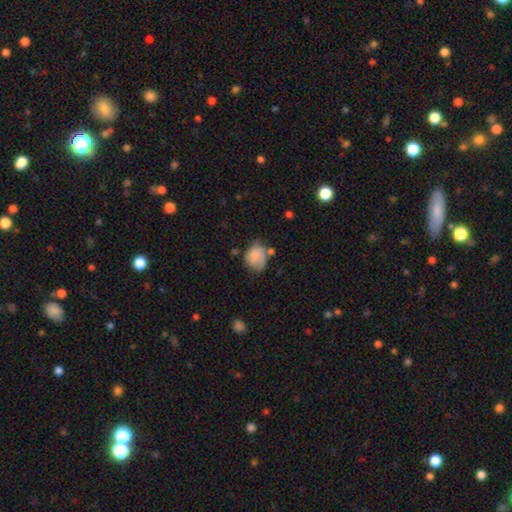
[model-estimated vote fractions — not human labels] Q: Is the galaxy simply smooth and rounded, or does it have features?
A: smooth — 75%.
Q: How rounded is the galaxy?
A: round — 51%.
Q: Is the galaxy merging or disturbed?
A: none — 44%.